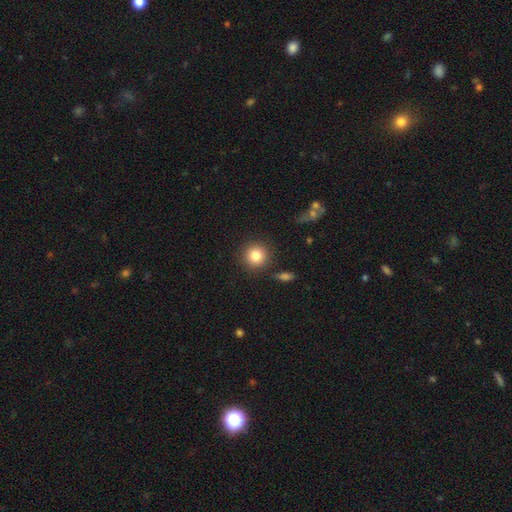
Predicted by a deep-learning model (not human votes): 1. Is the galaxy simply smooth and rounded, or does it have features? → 83% smooth, 10% star or artifact, 7% featured or disk.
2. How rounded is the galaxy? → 92% round, 7% in between, 1% cigar-shaped.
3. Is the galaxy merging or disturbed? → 87% none, 8% minor disturbance, 3% merger, 3% major disturbance.